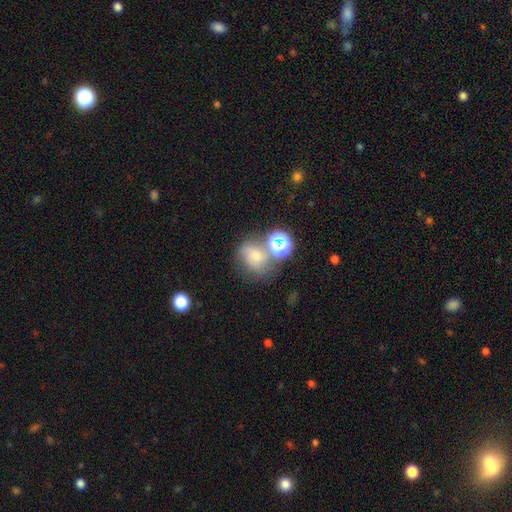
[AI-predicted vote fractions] Smooth or featured: smooth — 48% (star or artifact — 28%)
Merging: none — 47% (merger — 24%)